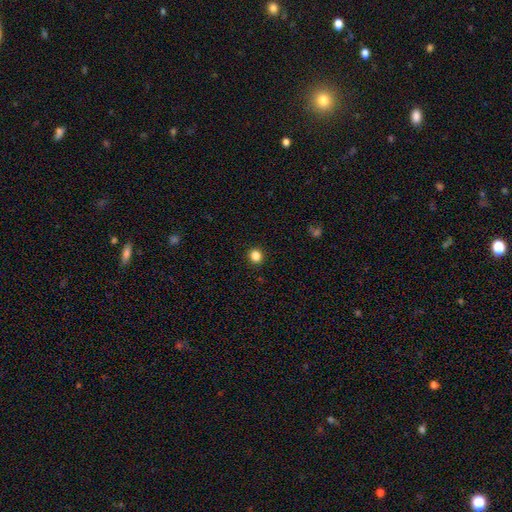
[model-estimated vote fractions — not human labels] Smooth or featured? smooth (84%)
How rounded? round (88%)
Merging? none (92%)